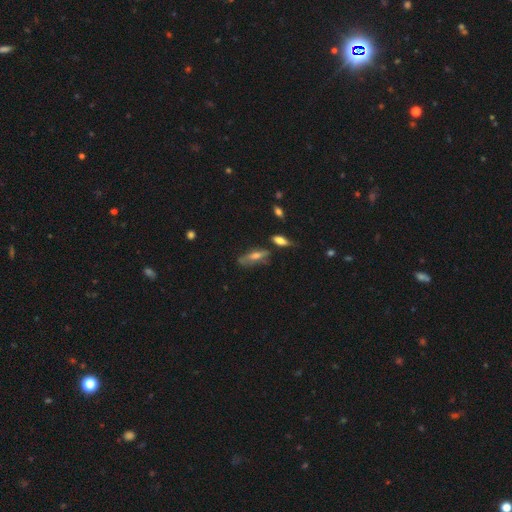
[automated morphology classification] smooth_or_featured: smooth (p=0.47) [alt: featured or disk p=0.42]
merging: none (p=0.53) [alt: minor disturbance p=0.25]